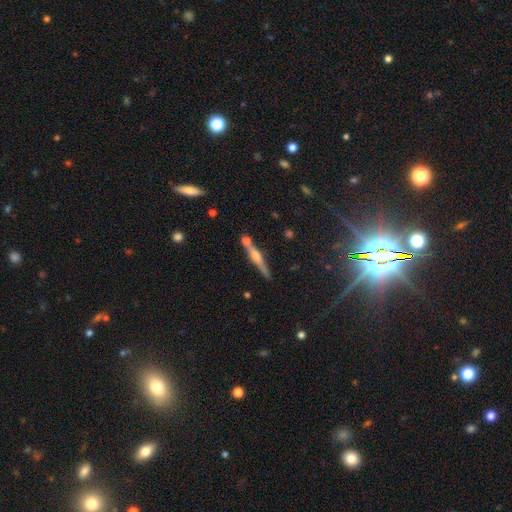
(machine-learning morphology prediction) This is likely a featured or disk galaxy (66%). It is clearly viewed edge-on (96%). Edge-on bulge: clearly rounded (83%). Merging: likely none (75%).